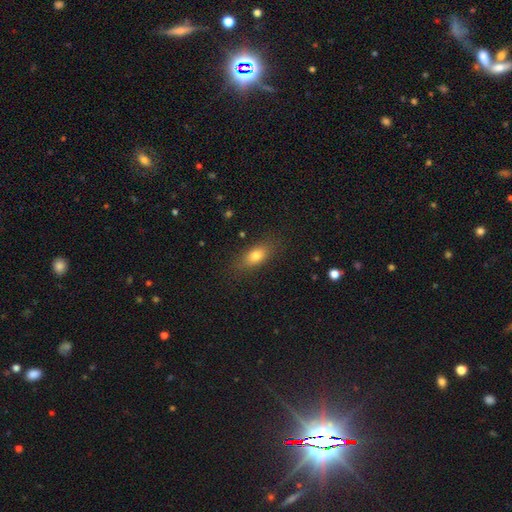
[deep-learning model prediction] This appears to be a smooth galaxy with no disk features (79%) that is in between round and cigar-shaped (81%). Merging: none (81%).